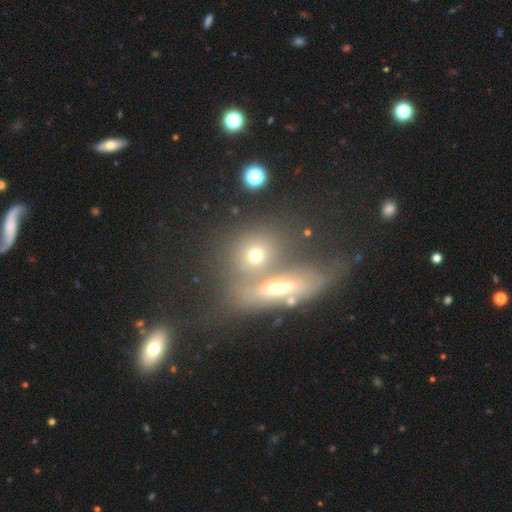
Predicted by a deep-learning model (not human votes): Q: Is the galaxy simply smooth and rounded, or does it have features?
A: smooth — 62%.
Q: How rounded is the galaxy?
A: round — 59%.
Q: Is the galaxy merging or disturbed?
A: merger — 48%.